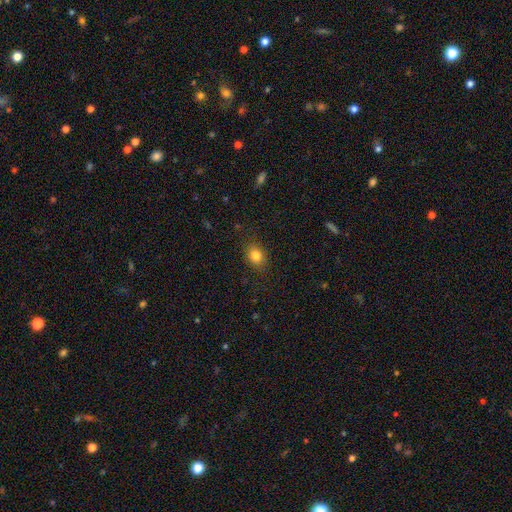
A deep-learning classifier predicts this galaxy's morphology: Smooth or featured: smooth — 82% (star or artifact — 11%)
How rounded: in between — 50% (round — 49%)
Merging: none — 84% (minor disturbance — 12%)